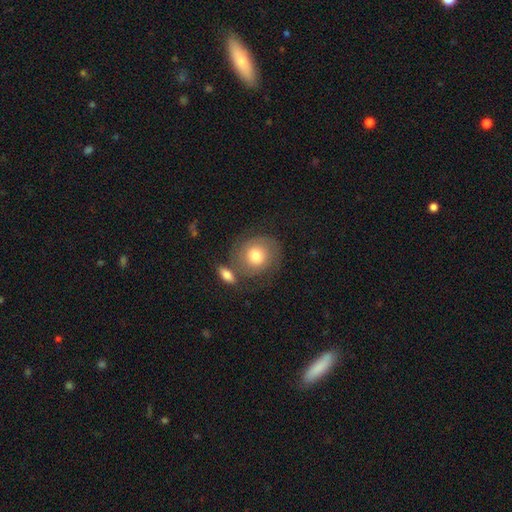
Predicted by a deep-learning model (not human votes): Smooth or featured? featured or disk (46%, tied with smooth)
Merging? none (62%)